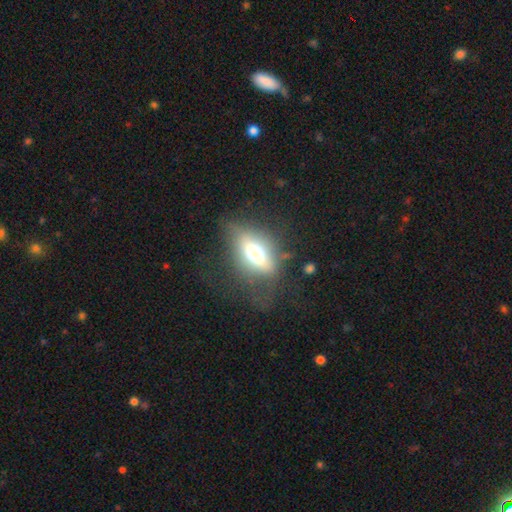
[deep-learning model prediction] This is possibly a smooth galaxy (53%). How rounded: likely in between (78%). Merging: possibly none (50%).